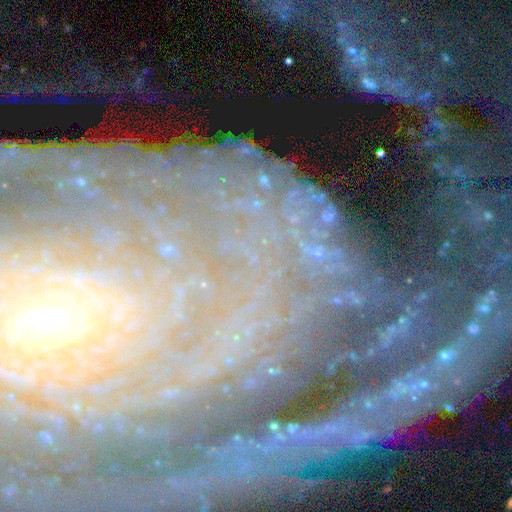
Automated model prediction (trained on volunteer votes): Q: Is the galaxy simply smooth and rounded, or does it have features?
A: featured or disk — 63%.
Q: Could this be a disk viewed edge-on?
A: no — 90%.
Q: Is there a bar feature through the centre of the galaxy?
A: no — 61%.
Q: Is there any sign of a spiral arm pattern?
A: yes — 86%.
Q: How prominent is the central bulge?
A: small — 66%.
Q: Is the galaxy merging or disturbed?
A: none — 66%.